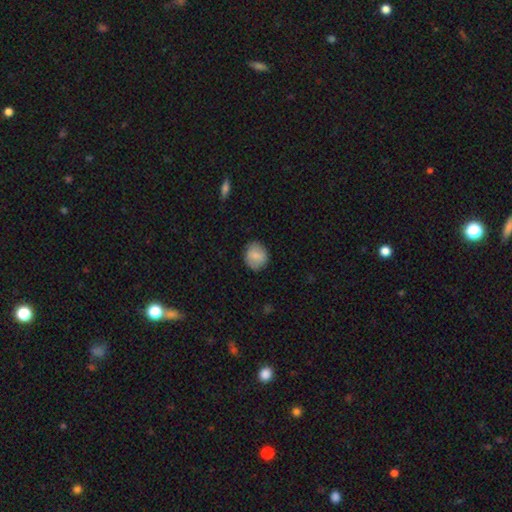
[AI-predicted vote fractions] Morphology: type=smooth (82%); roundness=round (81%); merging=none (85%).